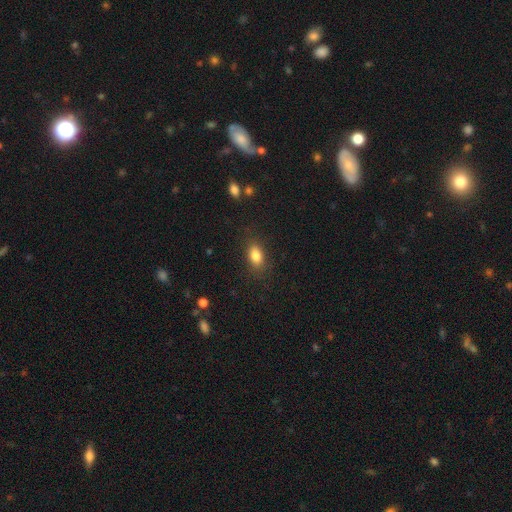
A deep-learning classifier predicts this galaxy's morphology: Smooth or featured: smooth — 84% (star or artifact — 9%)
How rounded: in between — 86% (round — 11%)
Merging: none — 83% (minor disturbance — 12%)